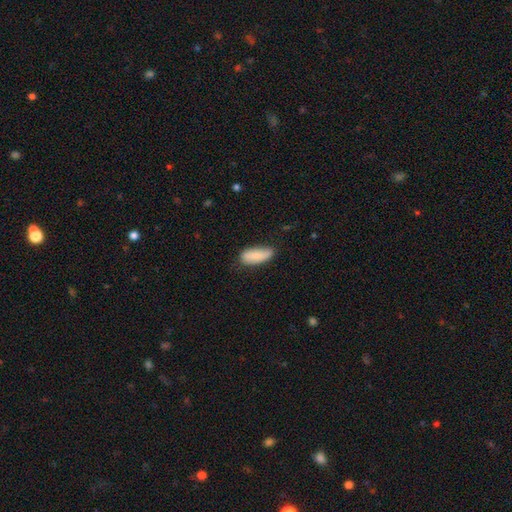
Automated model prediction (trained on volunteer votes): This is clearly a smooth galaxy (81%). How rounded: likely in between (75%). Merging: likely none (73%).